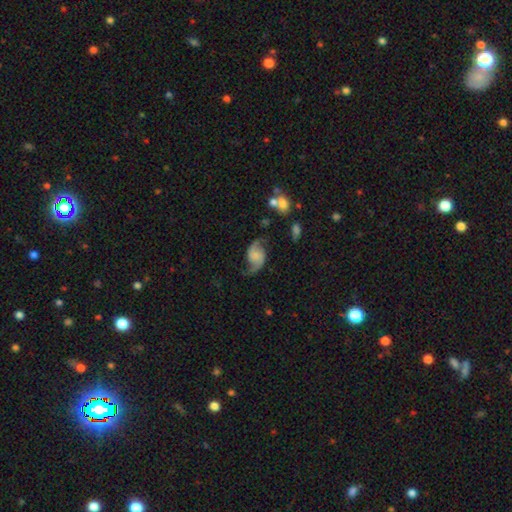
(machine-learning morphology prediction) Smooth or featured: featured or disk — 82% (smooth — 11%)
Edge-on disk: no — 98% (yes — 2%)
Bar: no — 60% (weak — 32%)
Spiral arms: yes — 96% (no — 4%)
Spiral winding: loose — 67% (medium — 27%)
Spiral arm count: 2 — 93% (1 — 2%)
Bulge size: none — 47% (small — 26%)
Merging: none — 69% (minor disturbance — 18%)